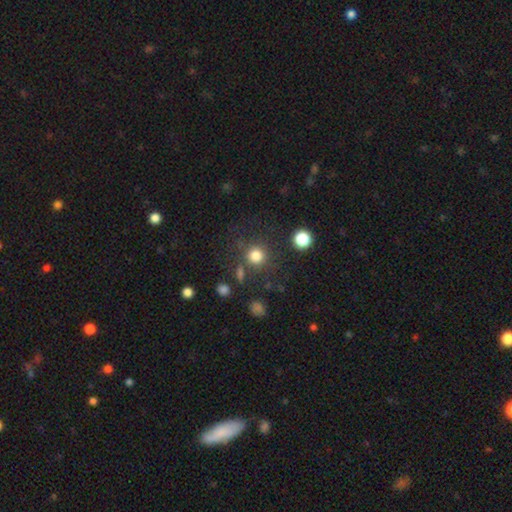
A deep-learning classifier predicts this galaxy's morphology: Smooth or featured: smooth — 80% (star or artifact — 14%)
How rounded: round — 92% (in between — 7%)
Merging: none — 77% (minor disturbance — 10%)